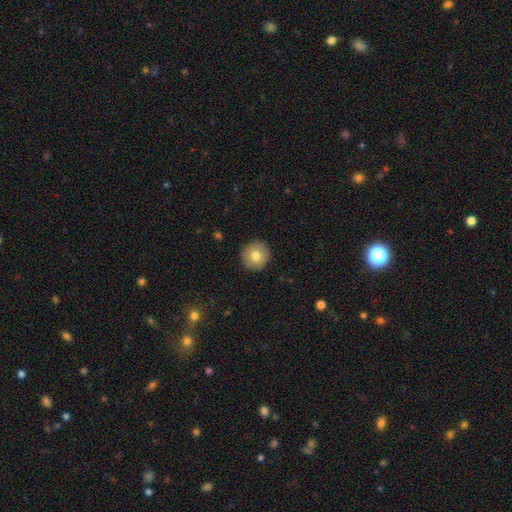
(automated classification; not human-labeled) This is likely a smooth galaxy (79%). How rounded: clearly round (94%). Merging: clearly none (91%).